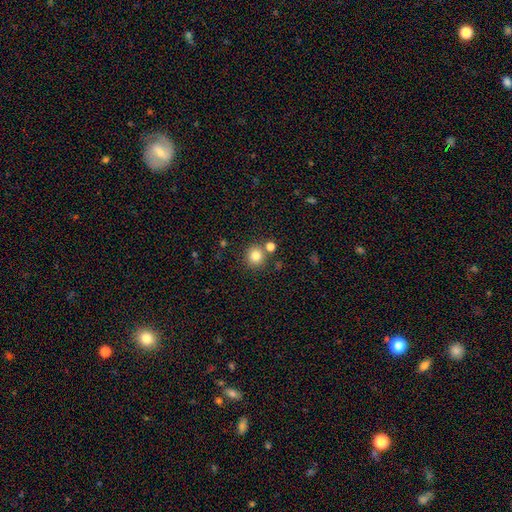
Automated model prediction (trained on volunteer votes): Smooth or featured: smooth — 81% (star or artifact — 12%)
How rounded: round — 92% (in between — 7%)
Merging: none — 76% (merger — 13%)